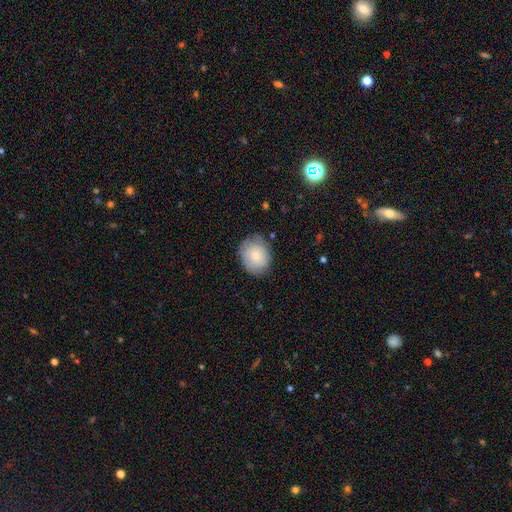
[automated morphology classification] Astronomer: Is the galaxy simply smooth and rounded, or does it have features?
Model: smooth — 69%.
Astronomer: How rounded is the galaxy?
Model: round — 54% (runner-up: in between, 45%).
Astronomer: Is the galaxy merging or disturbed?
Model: none — 73%.